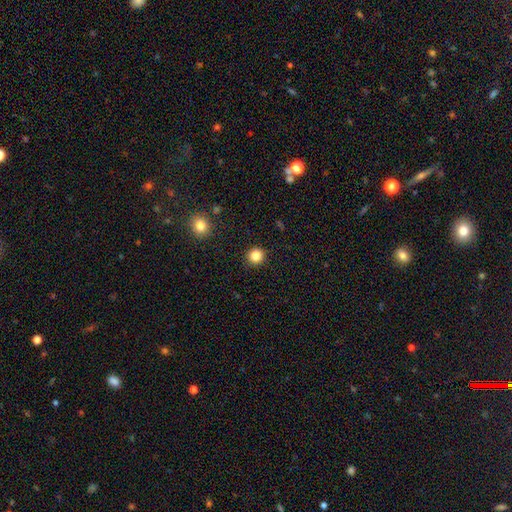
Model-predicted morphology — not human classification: smooth 85%, star or artifact 11%, featured or disk 4%. Down the decision tree: how rounded — round (92%); merging — none (92%).